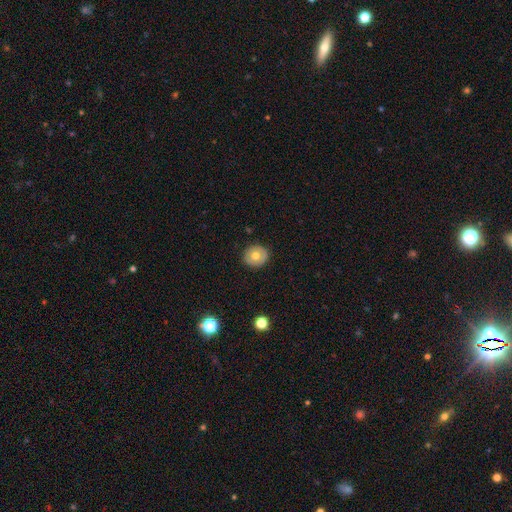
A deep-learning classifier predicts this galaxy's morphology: This appears to be a smooth galaxy with no disk features (67%) that is round (86%). Merging: none (89%).